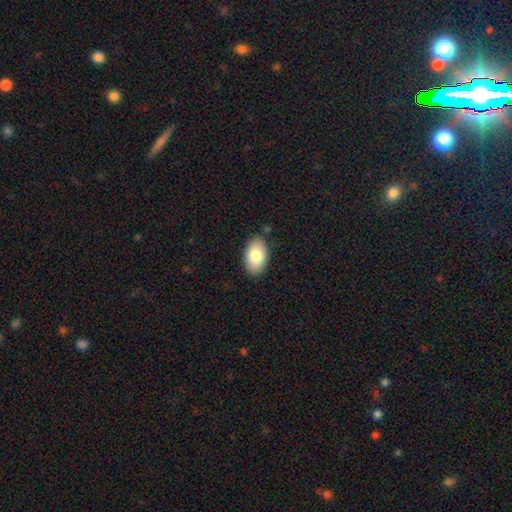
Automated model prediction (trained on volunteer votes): Smooth or featured?
  - smooth: 83% *
  - featured or disk: 11%
  - star or artifact: 7%
How rounded?
  - in between: 93% *
  - round: 6%
  - cigar-shaped: 1%
Merging?
  - none: 84% *
  - minor disturbance: 12%
  - major disturbance: 2%
  - merger: 2%